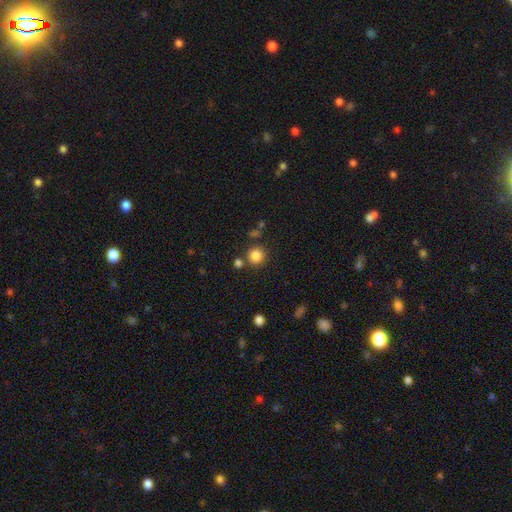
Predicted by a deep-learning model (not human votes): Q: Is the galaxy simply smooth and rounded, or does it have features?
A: smooth — 84%.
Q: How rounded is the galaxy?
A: round — 92%.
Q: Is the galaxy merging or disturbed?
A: none — 78%.